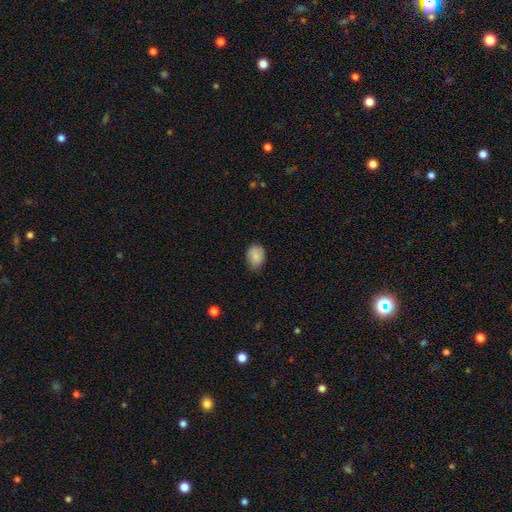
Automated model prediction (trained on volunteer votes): Smooth or featured: smooth — 85% (star or artifact — 8%)
How rounded: in between — 63% (round — 36%)
Merging: none — 67% (minor disturbance — 27%)